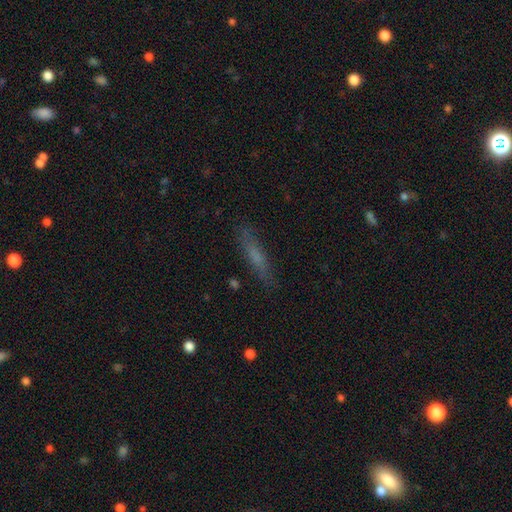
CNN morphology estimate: A smooth galaxy with no disk features (56%) that is cigar-shaped (84%). Merging: none (82%).